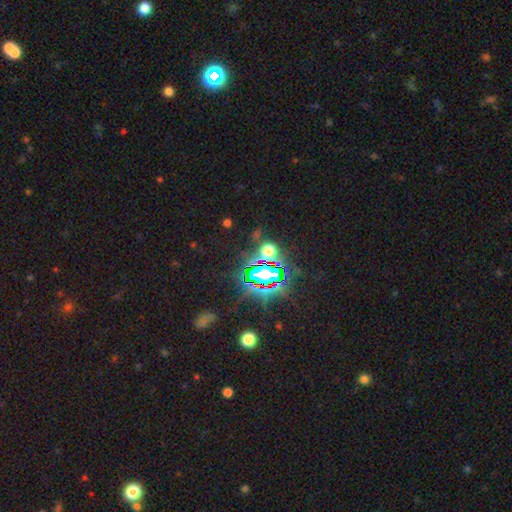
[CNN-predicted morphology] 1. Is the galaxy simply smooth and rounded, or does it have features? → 82% star or artifact, 12% smooth, 7% featured or disk.